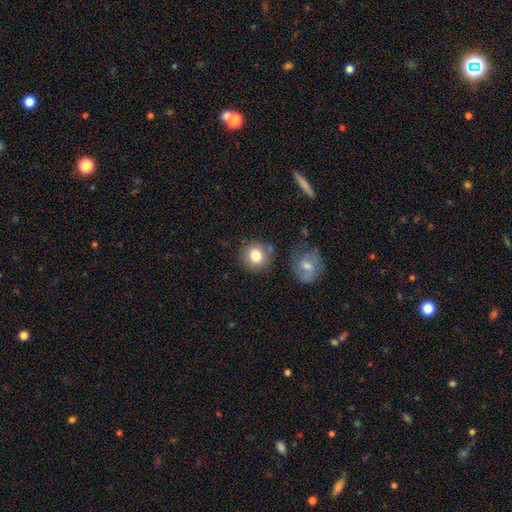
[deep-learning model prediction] Smooth or featured?
  - smooth: 81% *
  - featured or disk: 10%
  - star or artifact: 9%
How rounded?
  - round: 90% *
  - in between: 9%
  - cigar-shaped: 1%
Merging?
  - none: 79% *
  - minor disturbance: 11%
  - merger: 7%
  - major disturbance: 3%